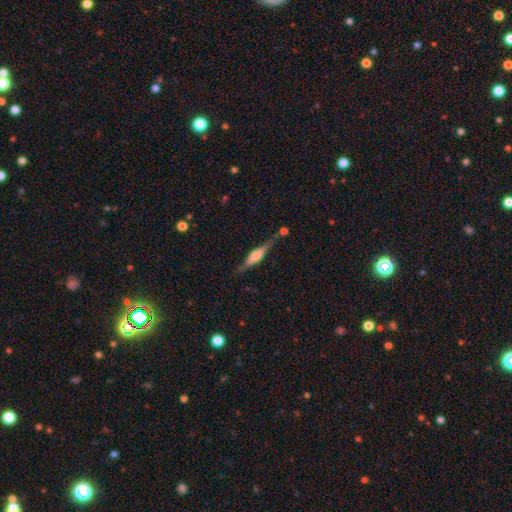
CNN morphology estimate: Overall: featured or disk (61%; smooth 32%). Edge-on disk: yes (95%). Edge-on bulge: rounded (68%). Merging: none (72%).